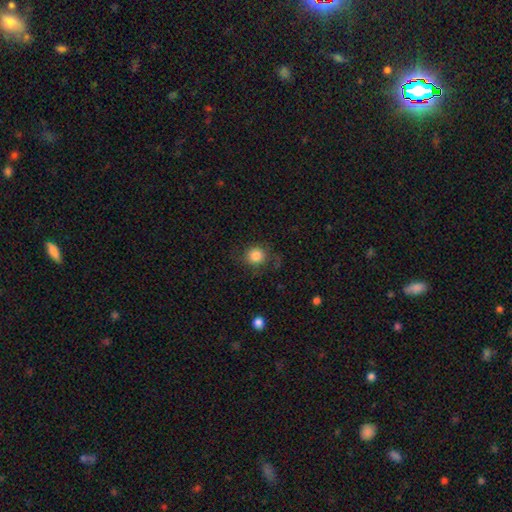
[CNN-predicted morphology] A smooth galaxy with no disk features (81%) that is round (88%). Merging: none (74%).